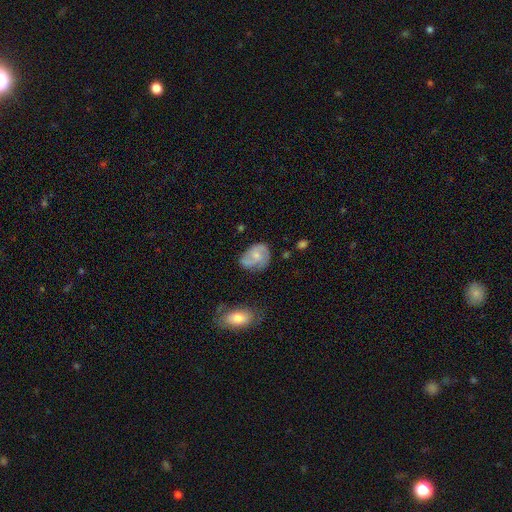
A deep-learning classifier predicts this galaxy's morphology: Smooth or featured: featured or disk — 54% (smooth — 39%)
Edge-on disk: no — 97% (yes — 3%)
Bar: no — 70% (weak — 26%)
Spiral arms: yes — 77% (no — 23%)
Bulge size: small — 52% (moderate — 34%)
Merging: none — 53% (minor disturbance — 28%)